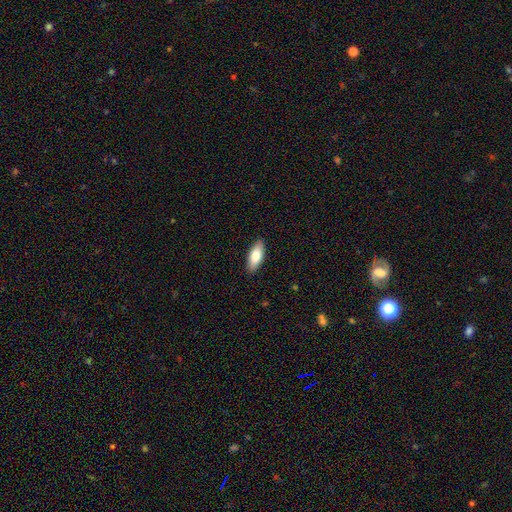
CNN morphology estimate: type=smooth (80%); roundness=in between (77%); merging=none (90%).